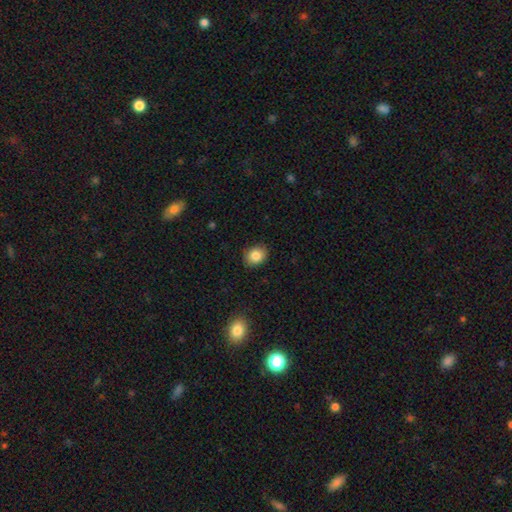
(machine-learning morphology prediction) Smooth or featured: smooth — 84% (star or artifact — 9%)
How rounded: round — 53% (in between — 46%)
Merging: none — 84% (minor disturbance — 13%)